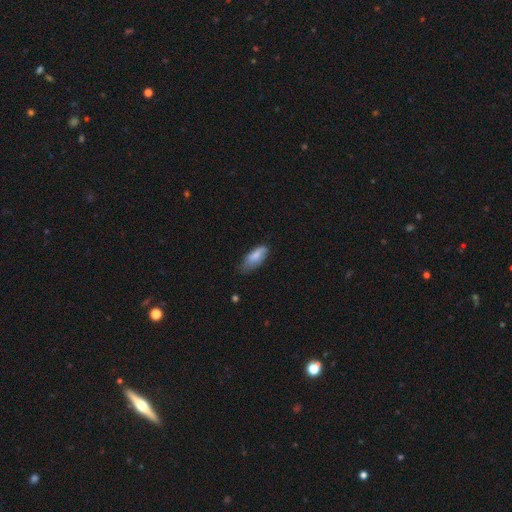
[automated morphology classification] A smooth galaxy with no disk features (81%) that is in between round and cigar-shaped (80%).

Vote fractions:
- Smooth or featured? smooth: 81% / featured or disk: 13% / star or artifact: 7%
- How rounded? in between: 80% / cigar-shaped: 18% / round: 2%
- Merging? none: 49% / minor disturbance: 40% / major disturbance: 9% / merger: 2%